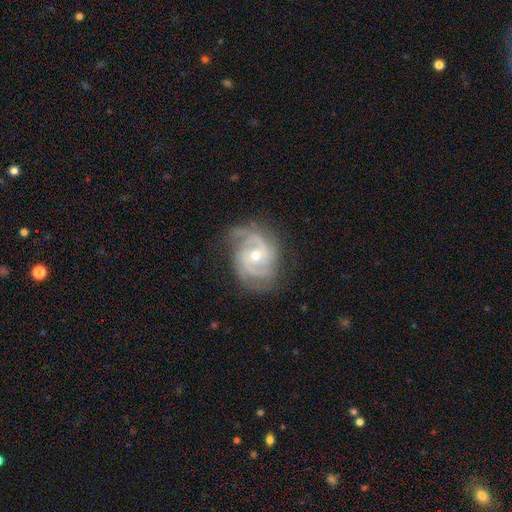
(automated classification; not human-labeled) This appears to be a featured or disk galaxy (90%) with no bar (63%), 2 (40%) tight (54%) spiral arms (97%) and a moderate central bulge (59%). Merging: none (70%).